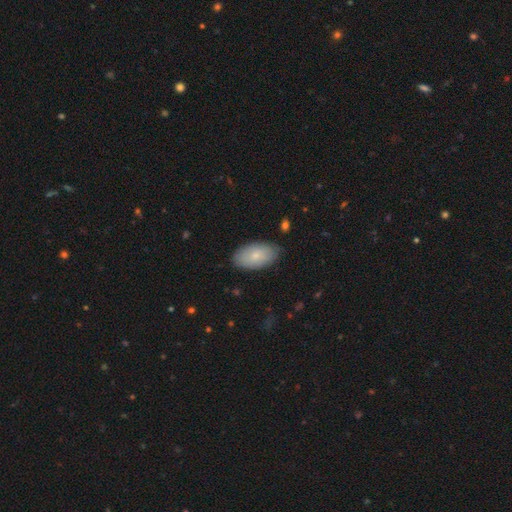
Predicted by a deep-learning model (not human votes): The model was most divided on "smooth or featured": smooth: 79%, featured or disk: 15%, star or artifact: 6%. More confident: how rounded — in between (95%); merging — none (83%).